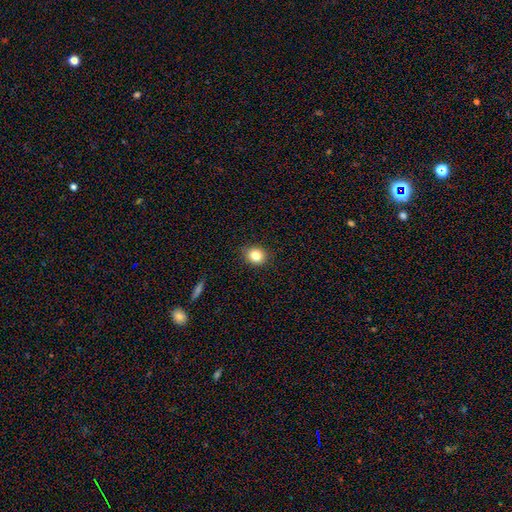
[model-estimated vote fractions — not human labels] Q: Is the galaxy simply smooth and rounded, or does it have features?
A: smooth — 82%.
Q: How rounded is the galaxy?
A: round — 67%.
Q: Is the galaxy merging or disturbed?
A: none — 88%.